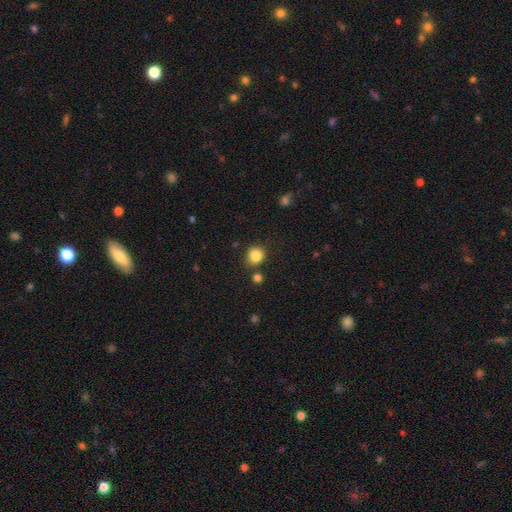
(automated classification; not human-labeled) This appears to be a smooth galaxy with no disk features (85%) that is round (79%). Merging: none (77%).